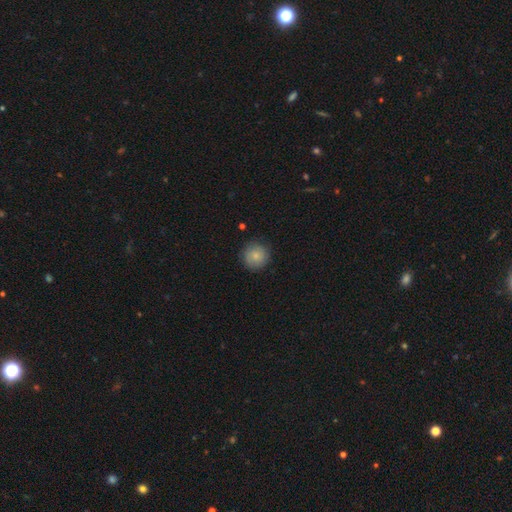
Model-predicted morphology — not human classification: Q: Smooth or featured?
A: smooth (82%); runner-up: featured or disk (10%)
Q: How rounded?
A: round (94%); runner-up: in between (5%)
Q: Merging?
A: none (87%); runner-up: minor disturbance (9%)